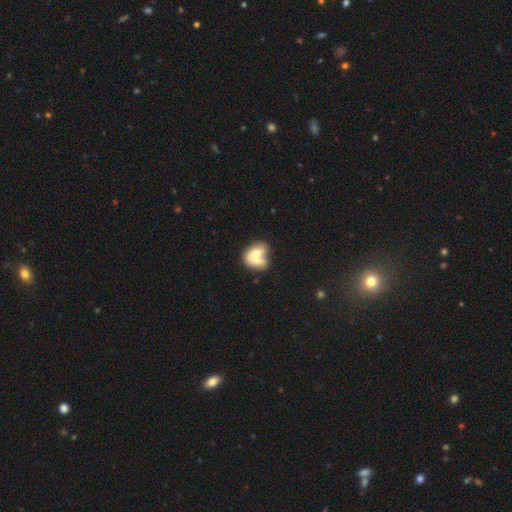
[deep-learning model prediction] Smooth or featured? Predicted: smooth (p=0.61). How rounded? Predicted: in between (p=0.67). Merging? Predicted: merger (p=0.66).